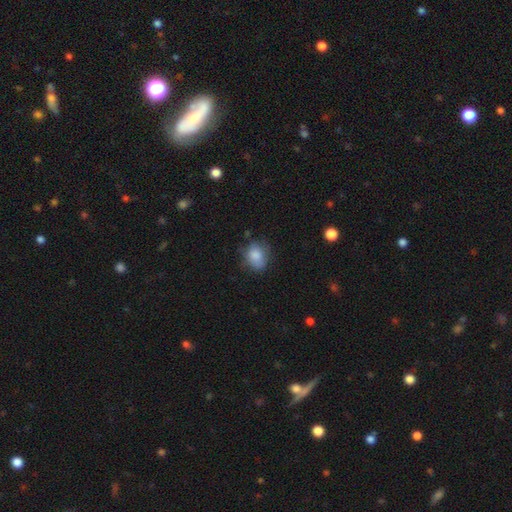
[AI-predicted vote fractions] The model was most divided on "how rounded": in between: 51%, round: 48%, cigar-shaped: 1%. More confident: smooth or featured — smooth (83%); merging — none (62%).